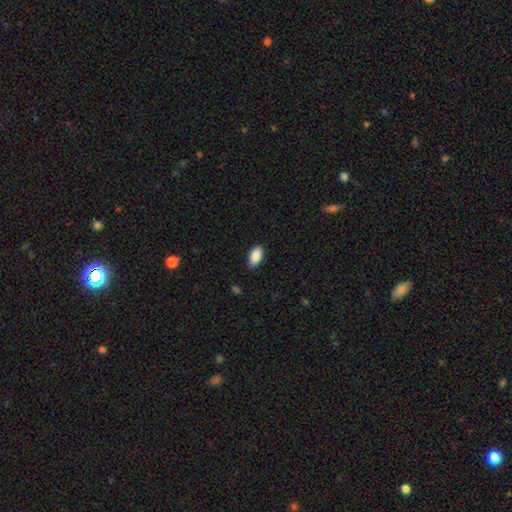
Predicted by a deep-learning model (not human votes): Morphology: type=smooth (90%); roundness=in between (93%); merging=none (86%).